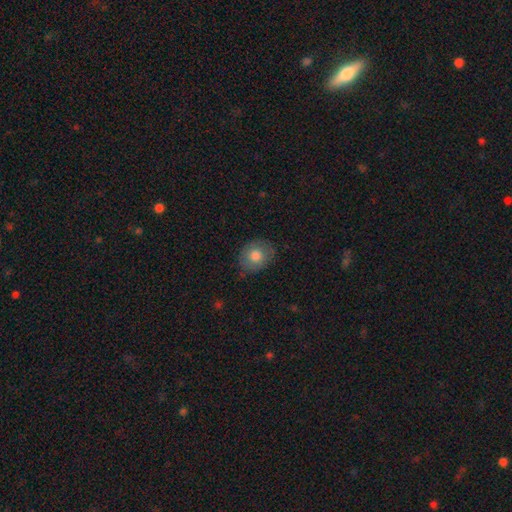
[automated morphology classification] Smooth or featured?
  - smooth: 77% *
  - featured or disk: 15%
  - star or artifact: 8%
How rounded?
  - round: 56% *
  - in between: 43%
  - cigar-shaped: 1%
Merging?
  - none: 80% *
  - minor disturbance: 15%
  - major disturbance: 4%
  - merger: 1%